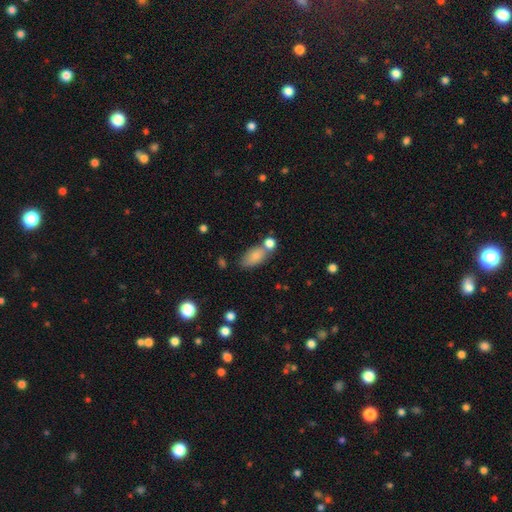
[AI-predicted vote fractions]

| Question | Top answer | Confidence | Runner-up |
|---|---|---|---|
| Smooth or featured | smooth | 80% | featured or disk (11%) |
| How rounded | in between | 88% | round (6%) |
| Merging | none | 51% | merger (26%) |